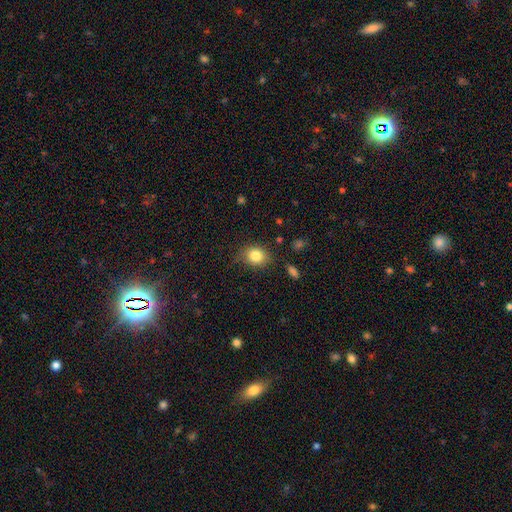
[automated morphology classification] Overall: smooth (82%). How rounded: round (55%; in between 44%). Merging: none (74%).